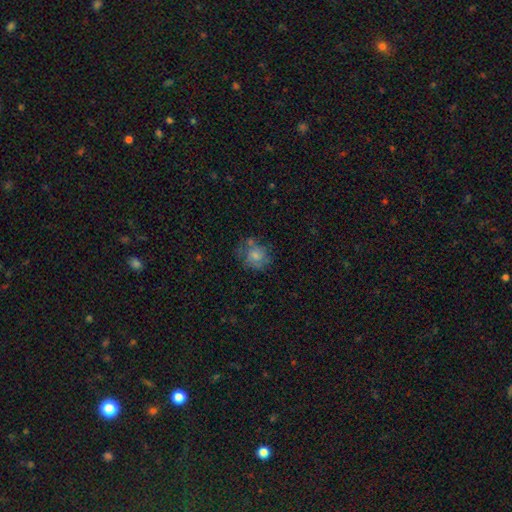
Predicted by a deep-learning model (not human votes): A smooth galaxy with no disk features (61%) that is round (74%). Merging: none (53%).